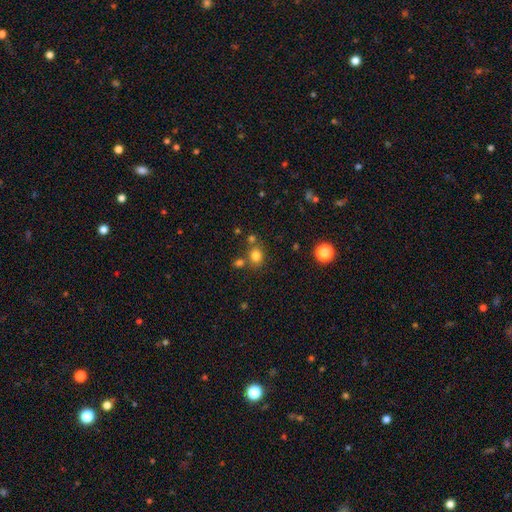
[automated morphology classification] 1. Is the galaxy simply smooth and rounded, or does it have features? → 79% smooth, 15% star or artifact, 6% featured or disk.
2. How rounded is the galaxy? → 68% round, 31% in between, 1% cigar-shaped.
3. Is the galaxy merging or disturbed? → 70% none, 16% merger, 11% minor disturbance, 4% major disturbance.